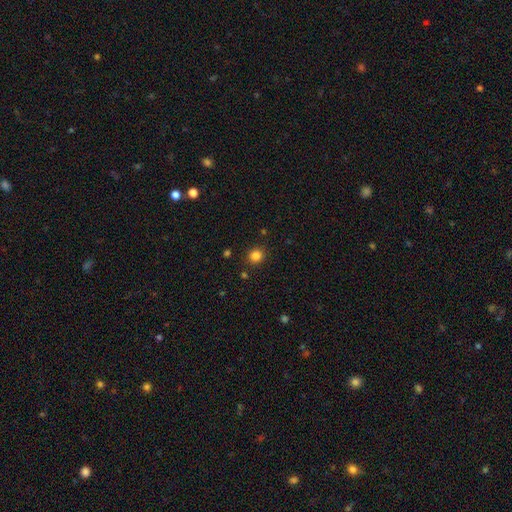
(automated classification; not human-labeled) A smooth galaxy with no disk features (83%) that is round (83%). Merging: none (88%).